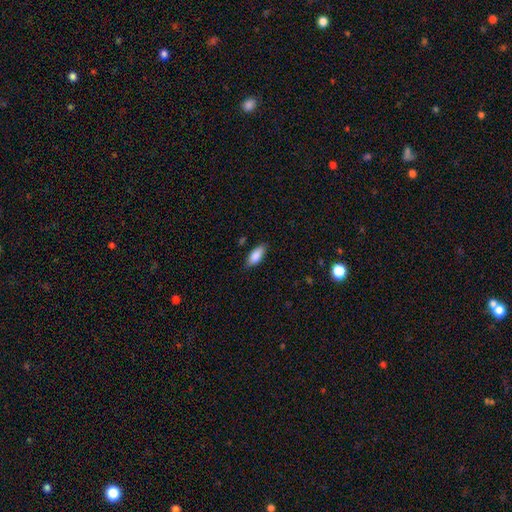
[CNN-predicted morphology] Smooth or featured?
  - smooth: 86% *
  - featured or disk: 7%
  - star or artifact: 6%
How rounded?
  - in between: 82% *
  - cigar-shaped: 16%
  - round: 2%
Merging?
  - none: 84% *
  - minor disturbance: 13%
  - major disturbance: 2%
  - merger: 1%